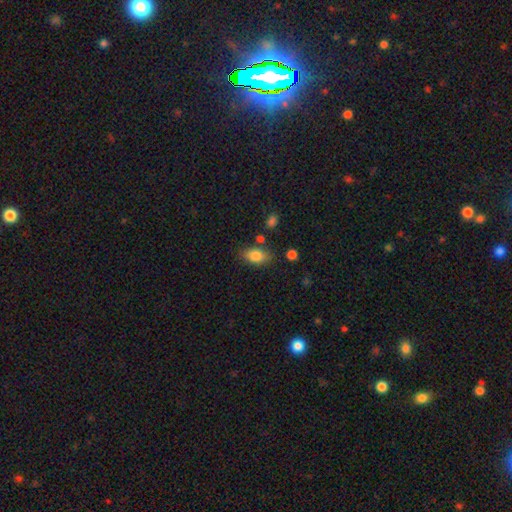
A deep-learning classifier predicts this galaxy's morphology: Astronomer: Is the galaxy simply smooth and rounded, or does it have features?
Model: smooth — 83%.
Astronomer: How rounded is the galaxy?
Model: in between — 87%.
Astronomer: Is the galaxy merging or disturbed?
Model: none — 76%.